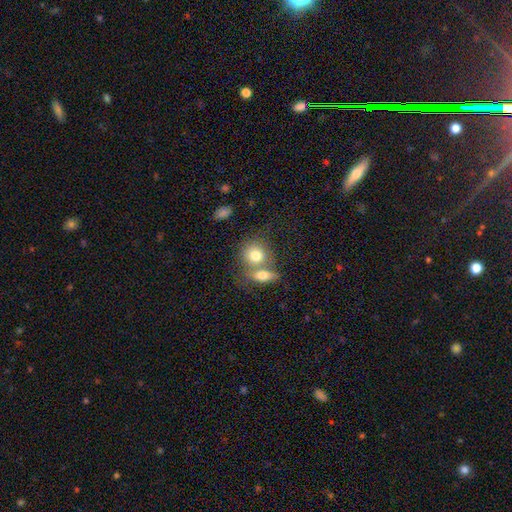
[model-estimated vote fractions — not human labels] Smooth or featured: smooth — 77% (featured or disk — 16%)
How rounded: round — 65% (in between — 32%)
Merging: merger — 53% (none — 35%)